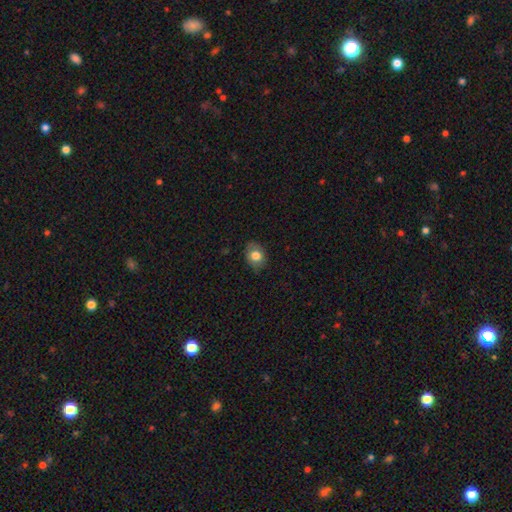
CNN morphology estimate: A smooth galaxy with no disk features (76%) that is in between round and cigar-shaped (55%).

Vote fractions:
- Smooth or featured? smooth: 76% / featured or disk: 15% / star or artifact: 9%
- How rounded? in between: 55% / round: 44% / cigar-shaped: 1%
- Merging? none: 79% / minor disturbance: 16% / major disturbance: 3% / merger: 1%